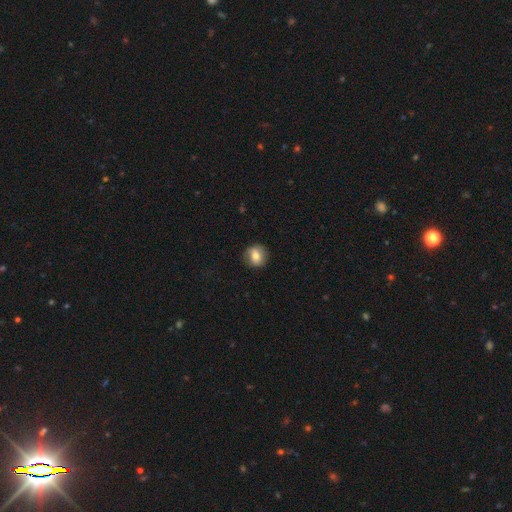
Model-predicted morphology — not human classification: type=smooth (72%); roundness=round (84%); merging=none (84%).